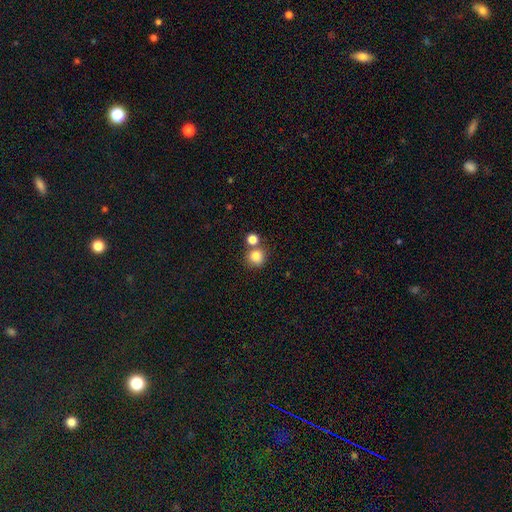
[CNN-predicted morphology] smooth-or-featured: smooth: 83% | star or artifact: 12% | featured or disk: 6%
  how-rounded: round: 89% | in between: 10% | cigar-shaped: 1%
  merging: none: 65% | merger: 23% | minor disturbance: 9% | major disturbance: 3%